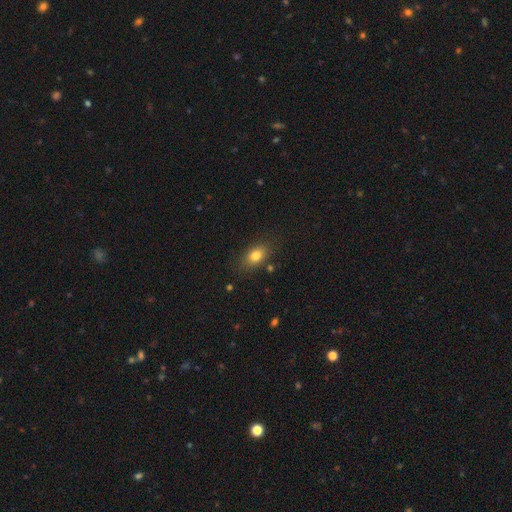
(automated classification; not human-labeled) Overall: smooth (79%). How rounded: in between (81%). Merging: none (81%).